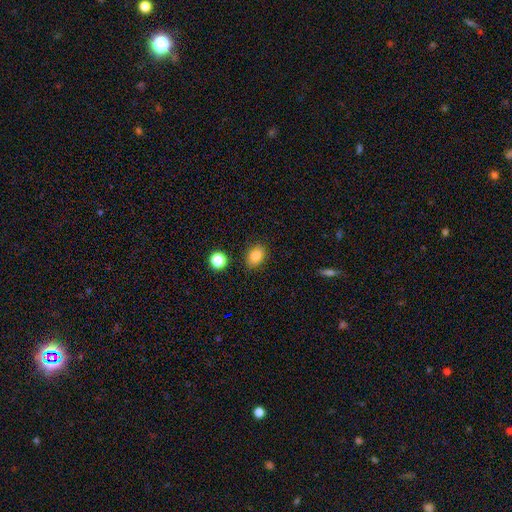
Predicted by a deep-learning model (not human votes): This appears to be a smooth galaxy with no disk features (84%) that is in between round and cigar-shaped (65%). Merging: none (85%).